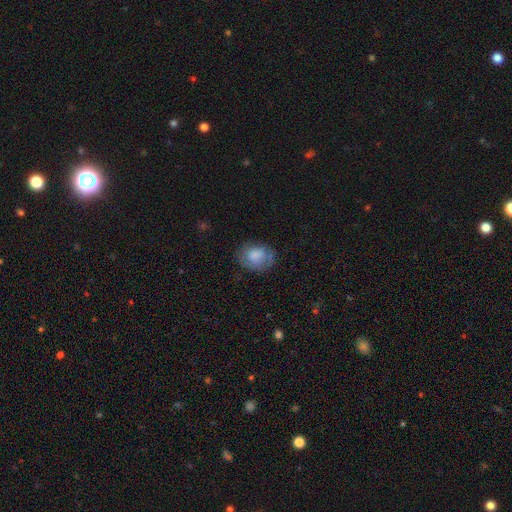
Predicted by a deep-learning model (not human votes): Smooth or featured: smooth — 72% (featured or disk — 19%)
How rounded: in between — 55% (round — 44%)
Merging: none — 63% (minor disturbance — 24%)